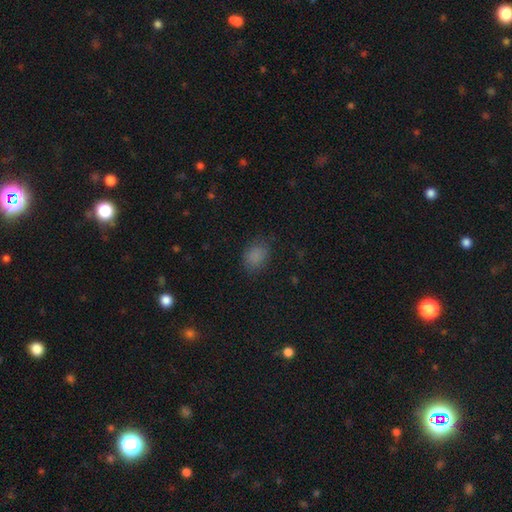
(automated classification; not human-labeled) Smooth or featured?
  - smooth: 83% *
  - star or artifact: 12%
  - featured or disk: 5%
How rounded?
  - in between: 63% *
  - round: 35%
  - cigar-shaped: 1%
Merging?
  - none: 76% *
  - minor disturbance: 17%
  - major disturbance: 5%
  - merger: 1%